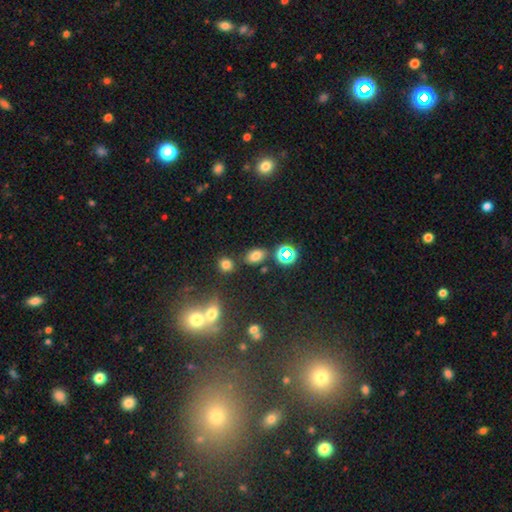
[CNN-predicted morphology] Q: Smooth or featured?
A: smooth (70%); runner-up: star or artifact (22%)
Q: How rounded?
A: in between (81%); runner-up: round (16%)
Q: Merging?
A: none (77%); runner-up: minor disturbance (12%)